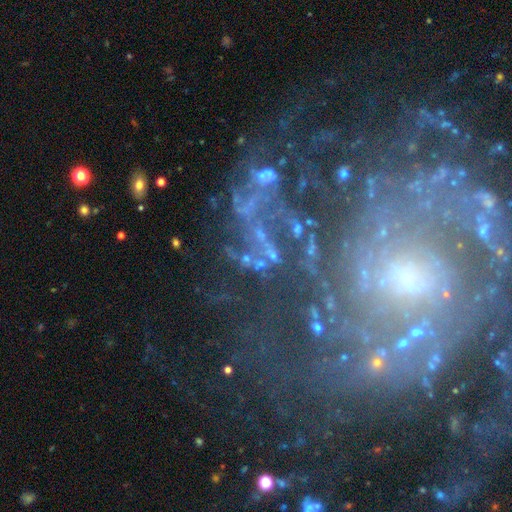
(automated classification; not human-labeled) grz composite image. It shows a featured or disk galaxy (55%) with no bar (56%), spiral arms (71%) and a small central bulge (41%). Merging: none (50%).